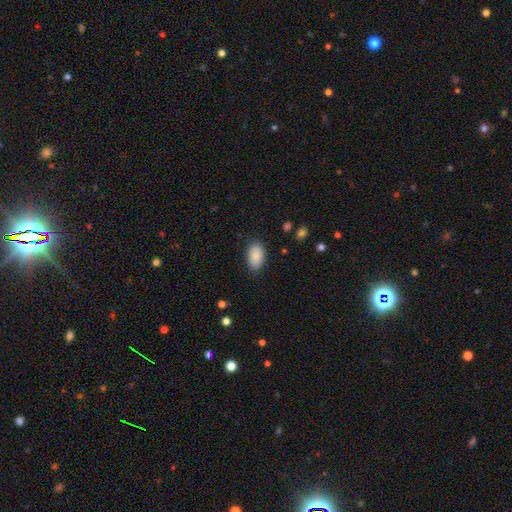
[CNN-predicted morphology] Smooth or featured: smooth — 87% (star or artifact — 7%)
How rounded: in between — 93% (round — 6%)
Merging: none — 84% (minor disturbance — 12%)